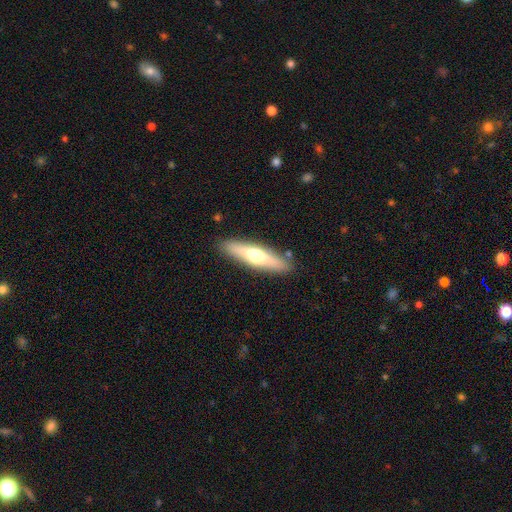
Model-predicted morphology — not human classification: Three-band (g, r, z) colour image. It shows a smooth galaxy with no disk features (49%). Merging: none (86%).